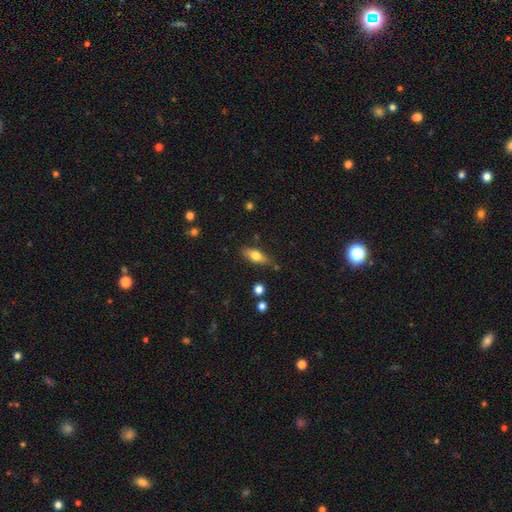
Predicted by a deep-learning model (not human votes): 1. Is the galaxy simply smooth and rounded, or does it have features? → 65% smooth, 28% featured or disk, 7% star or artifact.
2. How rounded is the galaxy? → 67% in between, 29% cigar-shaped, 4% round.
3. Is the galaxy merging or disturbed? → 79% none, 15% minor disturbance, 3% merger, 3% major disturbance.